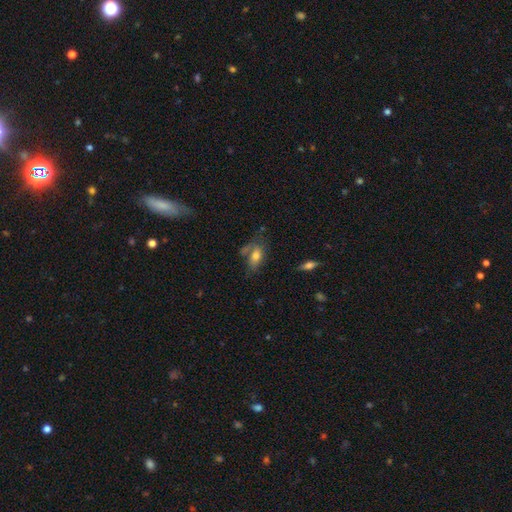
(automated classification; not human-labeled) A smooth galaxy with no disk features (66%) that is in between round and cigar-shaped (86%).

Vote fractions:
- Smooth or featured? smooth: 66% / featured or disk: 25% / star or artifact: 9%
- How rounded? in between: 86% / round: 8% / cigar-shaped: 5%
- Merging? none: 44% / minor disturbance: 23% / major disturbance: 17% / merger: 15%